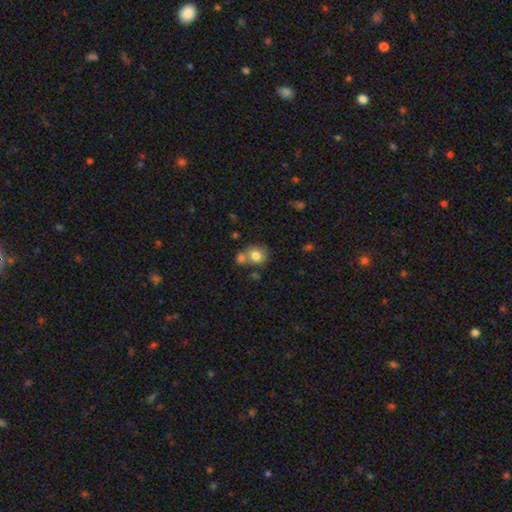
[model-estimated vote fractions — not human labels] This appears to be a smooth galaxy with no disk features (79%) that is round (73%). Merging: none (47%).